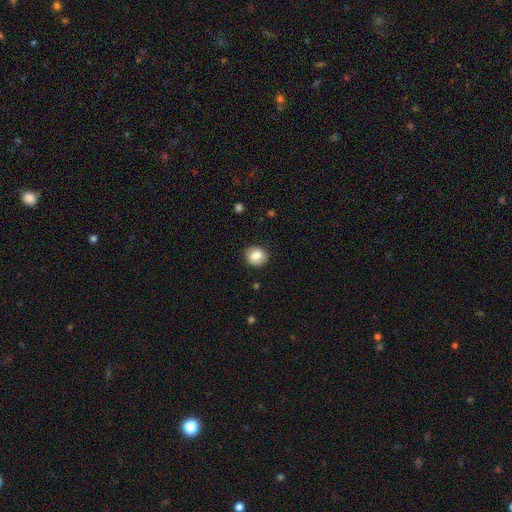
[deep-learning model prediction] smooth_or_featured: smooth (p=0.81) [alt: featured or disk p=0.11]
how_rounded: round (p=0.79) [alt: in between p=0.20]
merging: none (p=0.88) [alt: minor disturbance p=0.09]